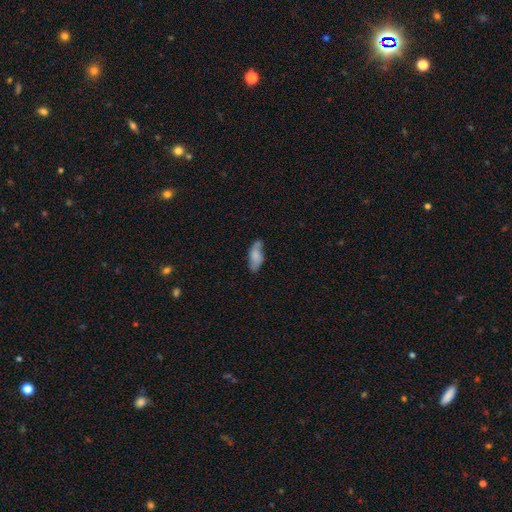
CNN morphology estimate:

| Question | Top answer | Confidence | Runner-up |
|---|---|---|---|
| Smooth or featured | smooth | 74% | featured or disk (19%) |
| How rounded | in between | 78% | cigar-shaped (19%) |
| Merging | none | 60% | minor disturbance (29%) |